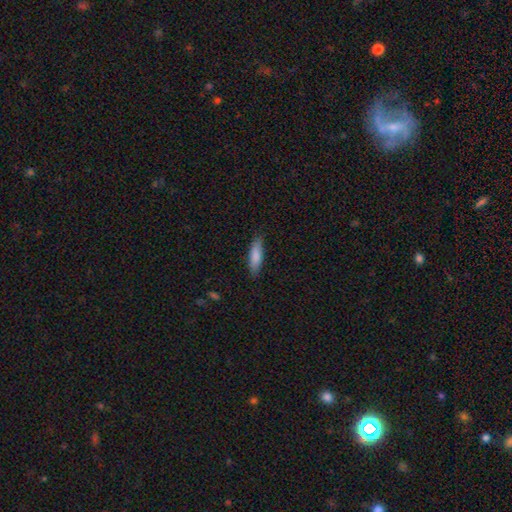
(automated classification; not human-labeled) smooth 82%, featured or disk 12%, star or artifact 6%. Down the decision tree: how rounded — cigar-shaped (62%); merging — none (82%).